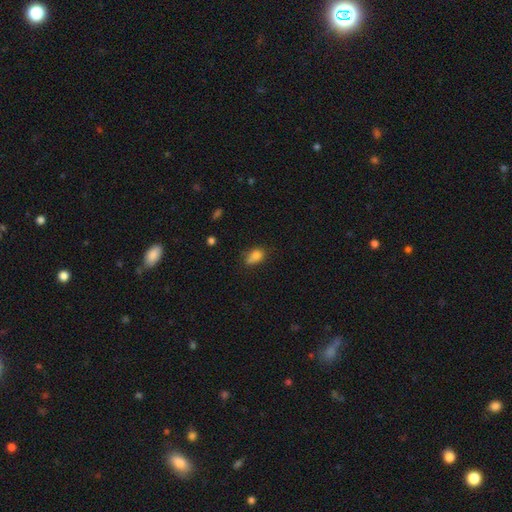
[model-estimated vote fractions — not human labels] Smooth or featured?
  - smooth: 78% *
  - star or artifact: 11%
  - featured or disk: 10%
How rounded?
  - in between: 74% *
  - round: 21%
  - cigar-shaped: 4%
Merging?
  - none: 44% *
  - minor disturbance: 34%
  - major disturbance: 14%
  - merger: 8%